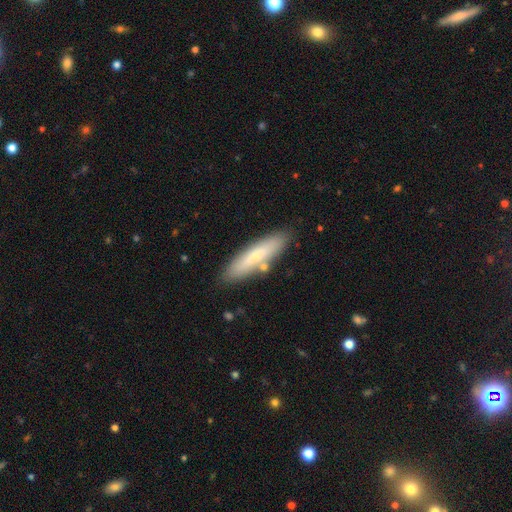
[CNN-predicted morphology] smooth-or-featured: smooth: 62% | featured or disk: 31% | star or artifact: 7%
  how-rounded: cigar-shaped: 77% | in between: 22% | round: 2%
  merging: none: 82% | minor disturbance: 11% | merger: 5% | major disturbance: 2%